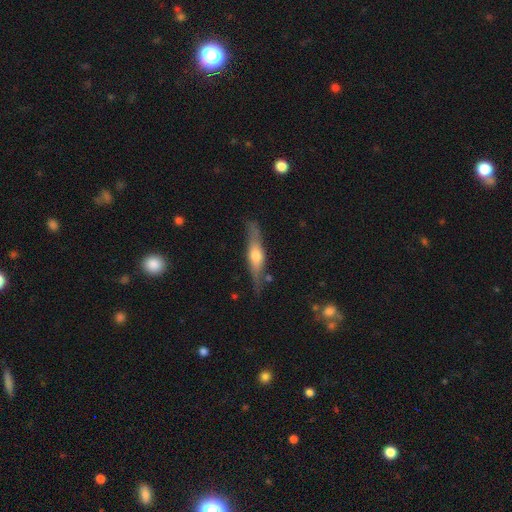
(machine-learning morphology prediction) This is possibly a featured or disk galaxy (59%). It is clearly viewed edge-on (91%). Edge-on bulge: clearly rounded (89%). Merging: likely none (77%).